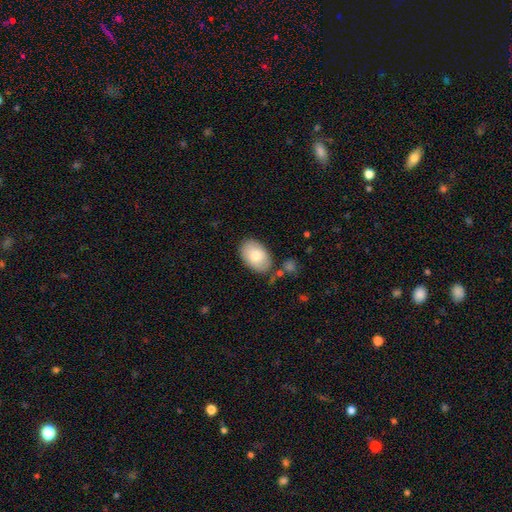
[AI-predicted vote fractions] Overall: smooth (78%). How rounded: in between (89%). Merging: none (78%).